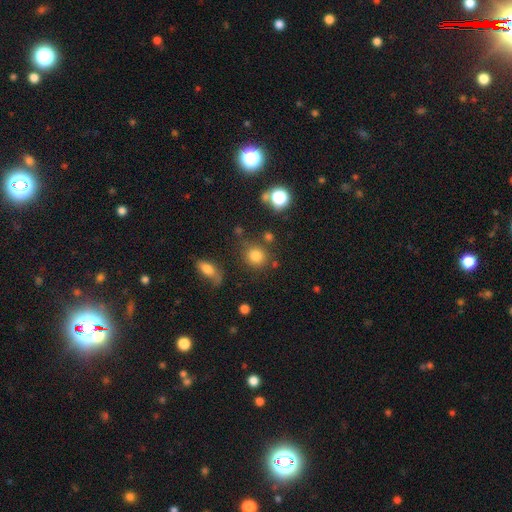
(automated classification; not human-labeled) This is likely a smooth galaxy (79%). How rounded: clearly round (84%). Merging: likely none (75%).